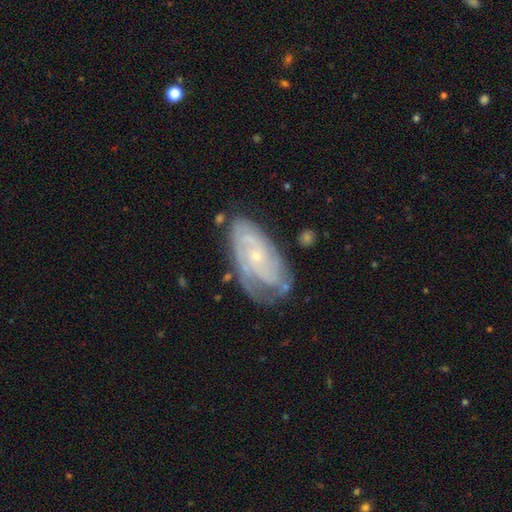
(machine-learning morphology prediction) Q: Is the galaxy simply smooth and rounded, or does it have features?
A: featured or disk — 81%.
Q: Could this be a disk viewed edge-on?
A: no — 95%.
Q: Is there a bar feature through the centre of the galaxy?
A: no — 75%.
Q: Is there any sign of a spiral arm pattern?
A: yes — 92%.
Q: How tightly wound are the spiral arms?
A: tight — 65%.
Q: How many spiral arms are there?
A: can't tell — 38%.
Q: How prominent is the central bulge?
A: small — 81%.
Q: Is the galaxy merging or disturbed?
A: none — 61%.